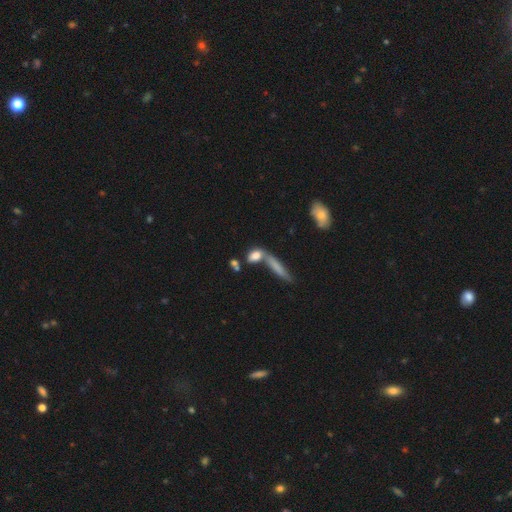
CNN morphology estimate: A smooth galaxy with no disk features (75%) that is in between round and cigar-shaped (61%). Merging: none (41%).